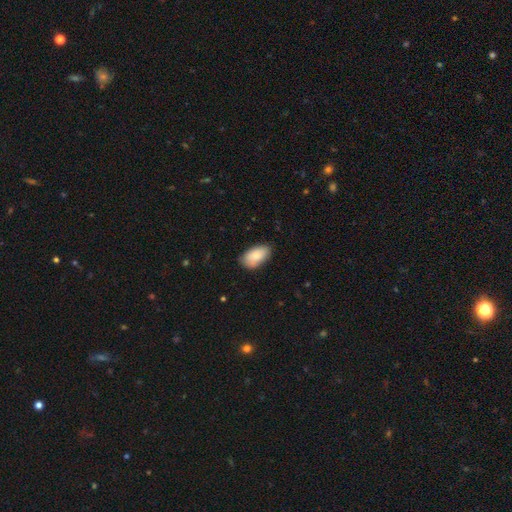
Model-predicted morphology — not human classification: smooth_or_featured: smooth (p=0.83) [alt: featured or disk p=0.11]
how_rounded: in between (p=0.94) [alt: round p=0.04]
merging: none (p=0.75) [alt: minor disturbance p=0.20]